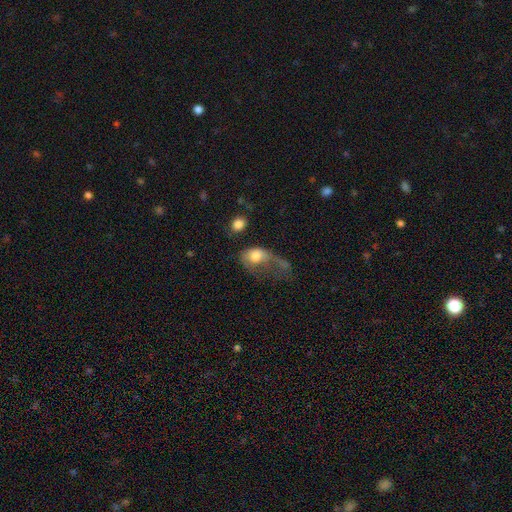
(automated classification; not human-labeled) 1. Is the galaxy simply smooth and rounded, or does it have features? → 67% smooth, 25% featured or disk, 8% star or artifact.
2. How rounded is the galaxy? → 68% in between, 30% round, 2% cigar-shaped.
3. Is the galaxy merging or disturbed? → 65% major disturbance, 13% none, 13% minor disturbance, 9% merger.